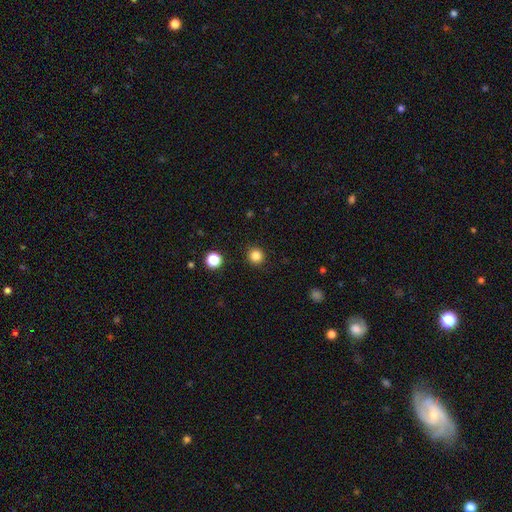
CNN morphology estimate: smooth_or_featured: smooth (p=0.84) [alt: star or artifact p=0.12]
how_rounded: round (p=0.94) [alt: in between p=0.05]
merging: none (p=0.92) [alt: minor disturbance p=0.05]